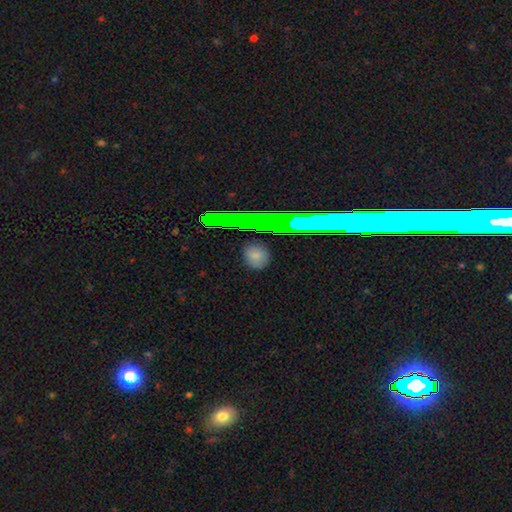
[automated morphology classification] A smooth galaxy with no disk features (71%) that is round (79%). Merging: none (85%).